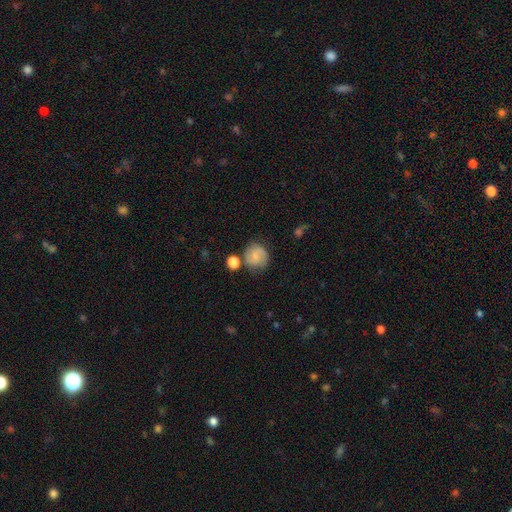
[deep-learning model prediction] Smooth or featured?
  - featured or disk: 52% *
  - smooth: 39%
  - star or artifact: 9%
Edge-on disk?
  - no: 98% *
  - yes: 2%
Bar?
  - no: 52% *
  - weak: 40%
  - strong: 8%
Spiral arms?
  - yes: 90% *
  - no: 10%
Bulge size?
  - small: 49% *
  - none: 28%
  - moderate: 20%
  - large: 2%
  - dominant: 1%
Merging?
  - none: 72% *
  - minor disturbance: 15%
  - merger: 7%
  - major disturbance: 5%